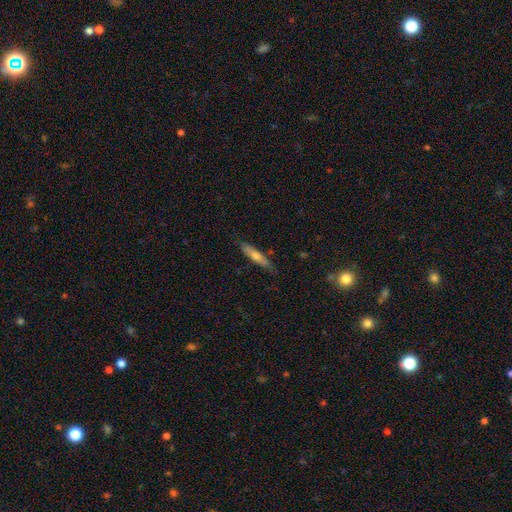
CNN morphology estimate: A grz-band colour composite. It shows a smooth galaxy with no disk features (49%). Merging: none (83%).